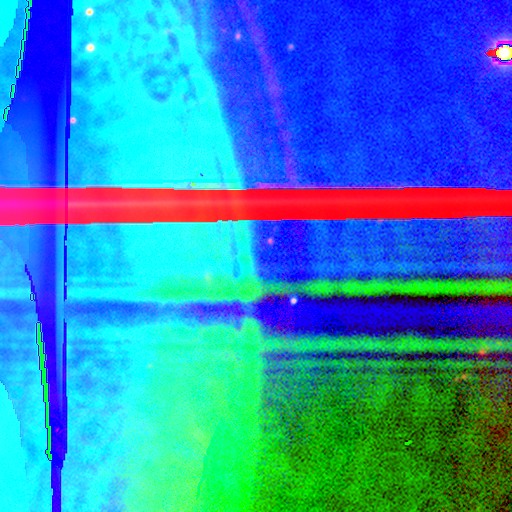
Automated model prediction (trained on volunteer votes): Smooth or featured: star or artifact — 84% (featured or disk — 9%)